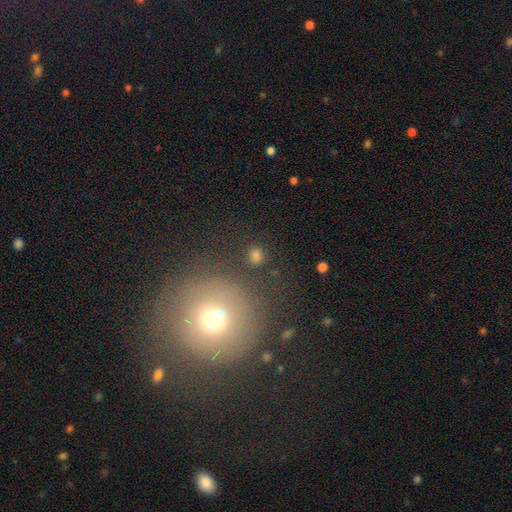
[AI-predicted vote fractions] The model was most divided on "smooth or featured": smooth: 67%, star or artifact: 22%, featured or disk: 11%. More confident: how rounded — round (86%); merging — none (81%).